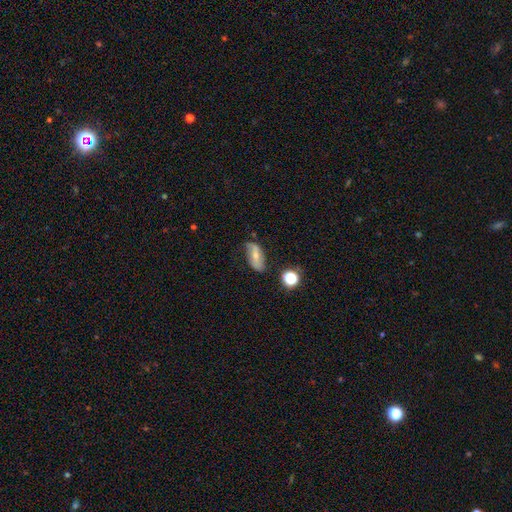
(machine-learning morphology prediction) type=featured or disk (59%); edge-on=no (91%); bar=no (44%); spiral arms=yes (83%); bulge=small (52%); merging=none (60%).